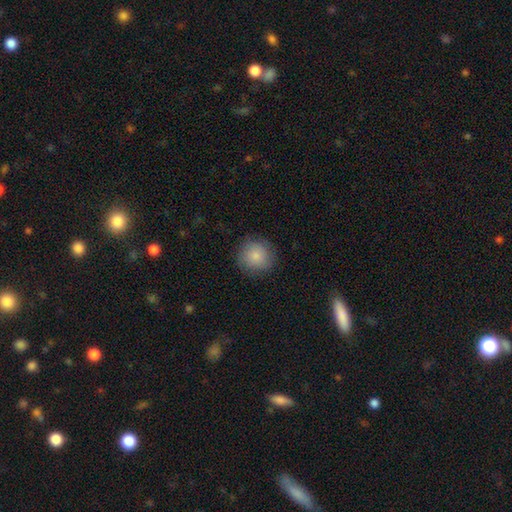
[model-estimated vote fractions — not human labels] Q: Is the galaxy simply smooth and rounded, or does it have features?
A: smooth — 86%.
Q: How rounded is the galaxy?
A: round — 93%.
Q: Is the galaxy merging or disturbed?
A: none — 87%.